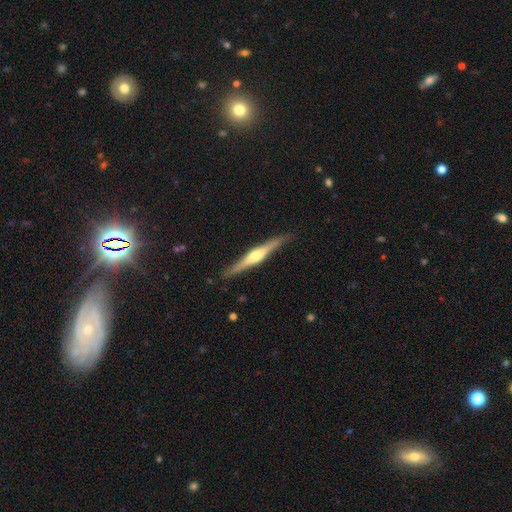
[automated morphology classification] Q: Smooth or featured?
A: featured or disk (75%); runner-up: smooth (20%)
Q: Edge-on disk?
A: yes (98%); runner-up: no (2%)
Q: Edge-on bulge?
A: rounded (85%); runner-up: boxy (10%)
Q: Merging?
A: none (89%); runner-up: minor disturbance (8%)